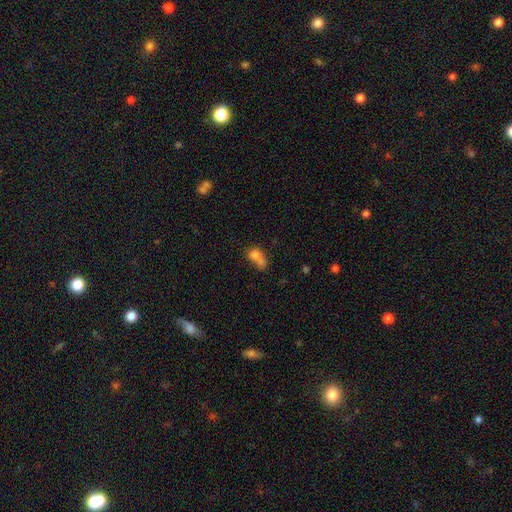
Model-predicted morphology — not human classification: This is likely a smooth galaxy (73%). How rounded: possibly round (55%). Merging: likely merger (60%).